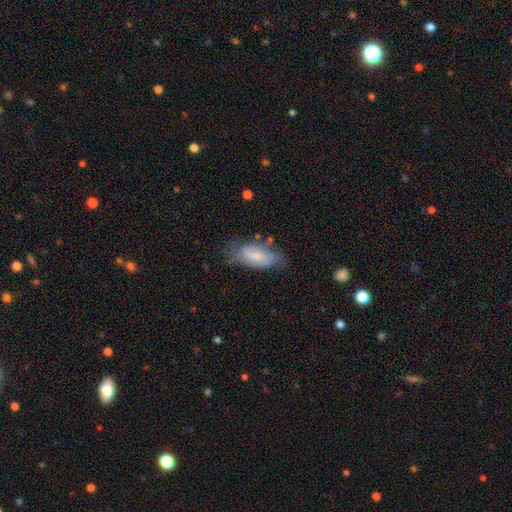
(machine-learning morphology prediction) Smooth or featured?
  - smooth: 56% *
  - featured or disk: 37%
  - star or artifact: 7%
How rounded?
  - in between: 86% *
  - cigar-shaped: 12%
  - round: 3%
Merging?
  - none: 60% *
  - minor disturbance: 28%
  - major disturbance: 9%
  - merger: 3%